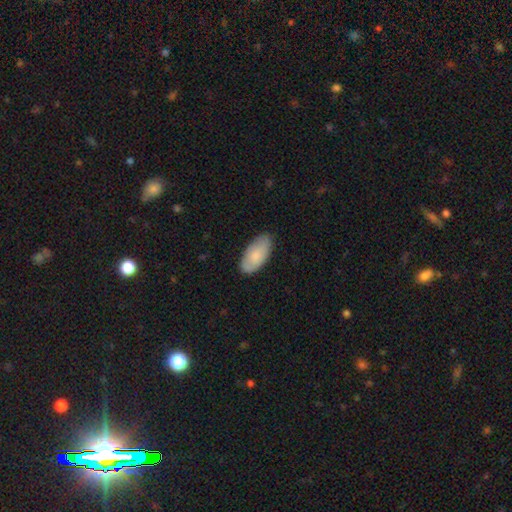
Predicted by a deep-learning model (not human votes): A smooth galaxy with no disk features (80%) that is in between round and cigar-shaped (94%).

Vote fractions:
- Smooth or featured? smooth: 80% / featured or disk: 14% / star or artifact: 5%
- How rounded? in between: 94% / cigar-shaped: 4% / round: 2%
- Merging? none: 79% / minor disturbance: 18% / major disturbance: 3% / merger: 1%